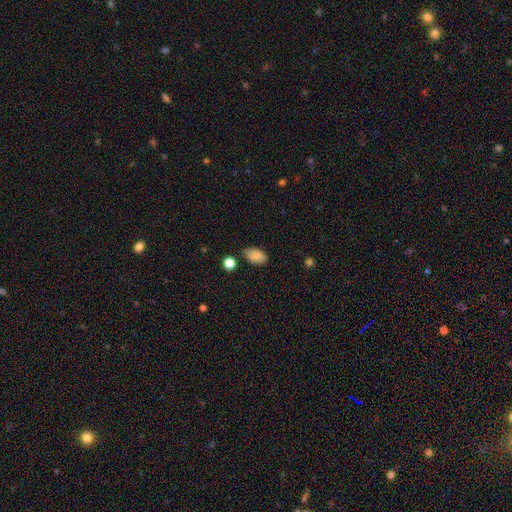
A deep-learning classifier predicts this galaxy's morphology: smooth_or_featured: smooth (p=0.85) [alt: star or artifact p=0.08]
how_rounded: in between (p=0.92) [alt: round p=0.06]
merging: none (p=0.79) [alt: minor disturbance p=0.15]